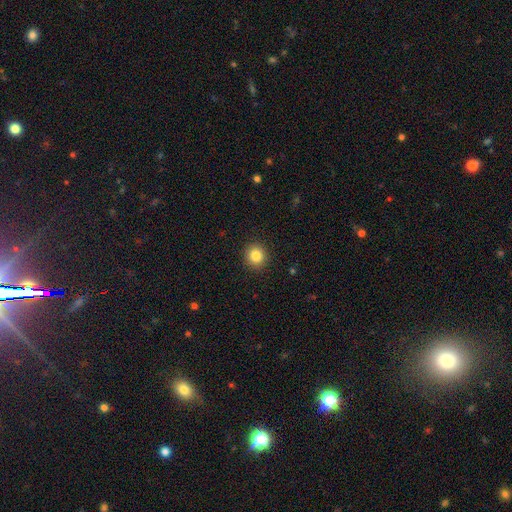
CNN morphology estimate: smooth_or_featured: smooth (p=0.84) [alt: star or artifact p=0.10]
how_rounded: round (p=0.91) [alt: in between p=0.08]
merging: none (p=0.92) [alt: minor disturbance p=0.05]